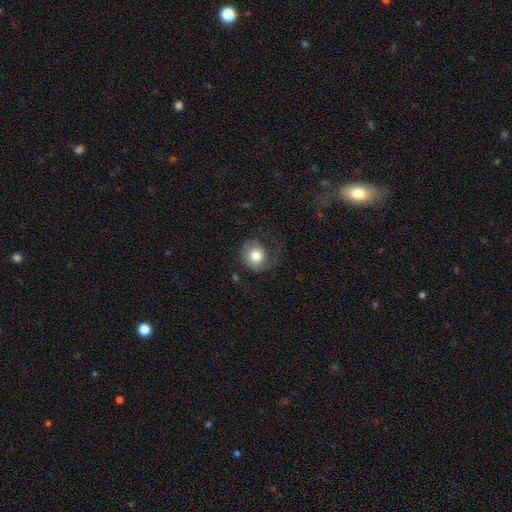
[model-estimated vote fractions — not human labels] Smooth or featured? Predicted: smooth (p=0.70). How rounded? Predicted: round (p=0.77). Merging? Predicted: none (p=0.45).